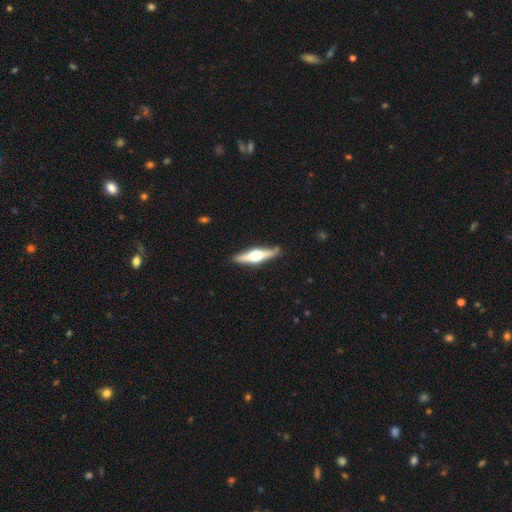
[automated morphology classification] A featured or disk galaxy (73%) viewed edge-on (97%) with a rounded central bulge (94%). Merging: none (88%).